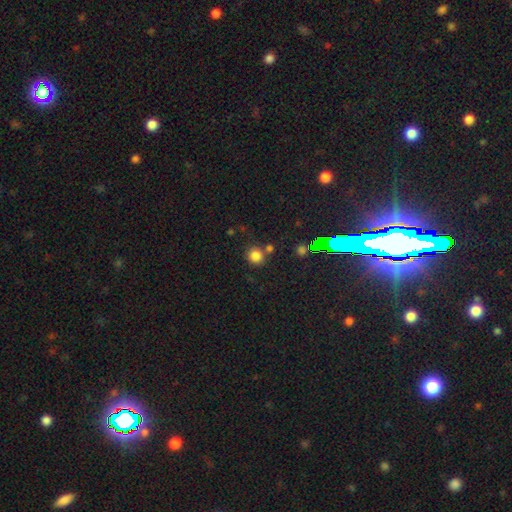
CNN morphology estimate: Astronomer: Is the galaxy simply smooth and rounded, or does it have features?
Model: smooth — 79%.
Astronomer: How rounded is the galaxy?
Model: round — 89%.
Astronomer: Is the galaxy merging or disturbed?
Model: none — 70%.